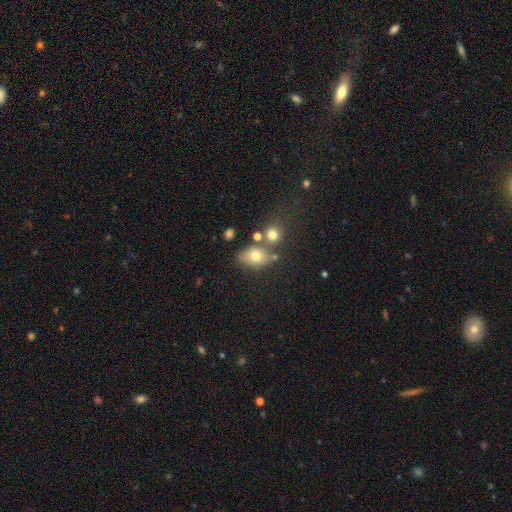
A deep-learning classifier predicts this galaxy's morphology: Smooth or featured: smooth — 70% (featured or disk — 17%)
How rounded: in between — 67% (round — 31%)
Merging: none — 57% (merger — 20%)